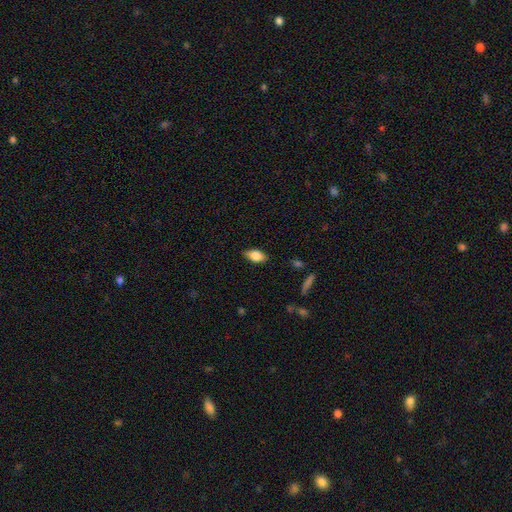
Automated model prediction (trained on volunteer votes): Morphology: type=smooth (79%); roundness=in between (89%); merging=none (82%).